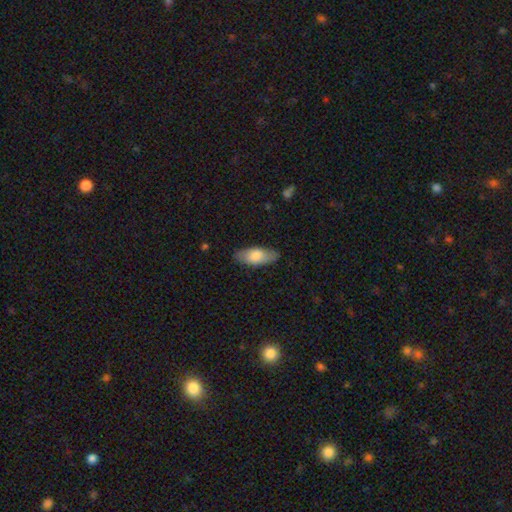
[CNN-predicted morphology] smooth 76%, featured or disk 18%, star or artifact 6%. Down the decision tree: how rounded — in between (80%); merging — none (84%).